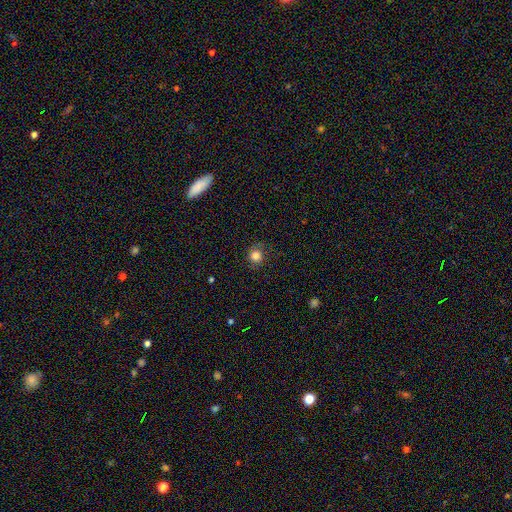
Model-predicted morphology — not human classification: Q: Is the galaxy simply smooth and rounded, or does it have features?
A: smooth — 82%.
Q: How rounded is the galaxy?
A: round — 89%.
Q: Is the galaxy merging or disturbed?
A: none — 77%.